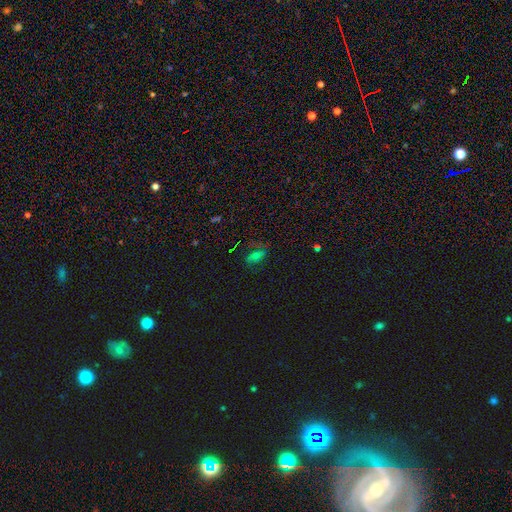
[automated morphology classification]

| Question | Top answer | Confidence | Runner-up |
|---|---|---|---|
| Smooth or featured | smooth | 39% | featured or disk (33%) |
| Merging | none | 65% | minor disturbance (20%) |